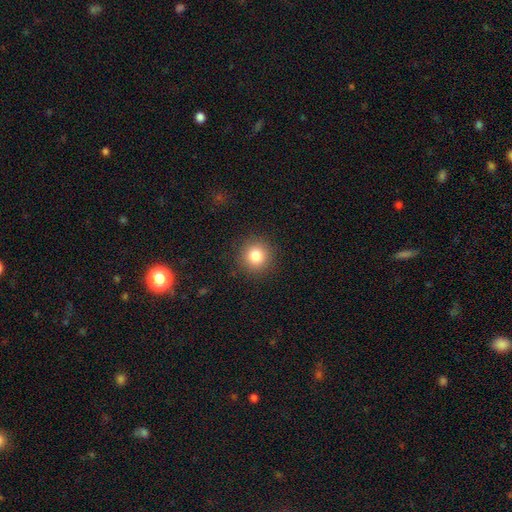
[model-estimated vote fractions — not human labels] Smooth or featured? smooth (83%)
How rounded? round (93%)
Merging? none (90%)